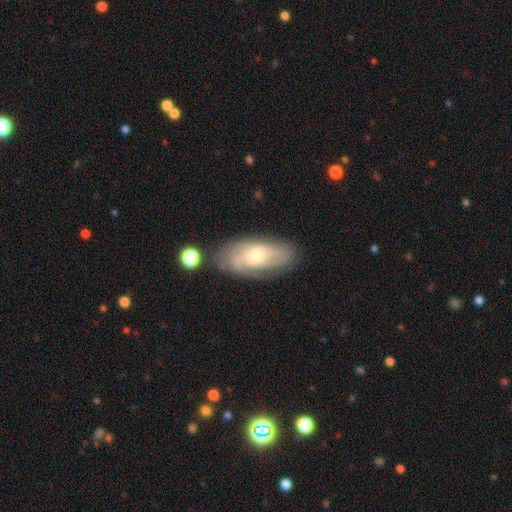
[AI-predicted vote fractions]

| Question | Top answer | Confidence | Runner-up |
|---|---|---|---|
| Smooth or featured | featured or disk | 68% | smooth (25%) |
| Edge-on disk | no | 91% | yes (9%) |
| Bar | no | 69% | weak (26%) |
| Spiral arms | yes | 85% | no (15%) |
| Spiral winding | tight | 56% | medium (32%) |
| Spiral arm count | can't tell | 48% | 2 (26%) |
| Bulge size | moderate | 48% | small (47%) |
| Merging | none | 73% | minor disturbance (18%) |